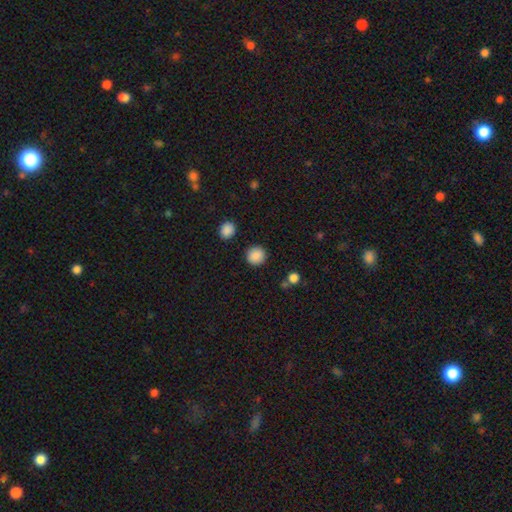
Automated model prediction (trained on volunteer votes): This is clearly a smooth galaxy (88%). How rounded: clearly round (91%). Merging: clearly none (89%).